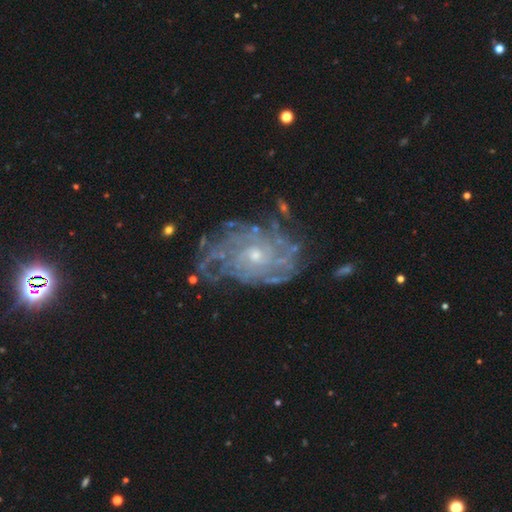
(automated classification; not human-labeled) A featured or disk galaxy (87%) with no bar (76%), tight (68%) spiral arms (92%) and a small central bulge (65%).

Vote fractions:
- Smooth or featured? featured or disk: 87% / smooth: 7% / star or artifact: 6%
- Edge-on disk? no: 97% / yes: 3%
- Bar? no: 76% / weak: 20% / strong: 4%
- Spiral arms? yes: 92% / no: 8%
- Spiral winding? tight: 68% / medium: 25% / loose: 7%
- Spiral arm count? can't tell: 44% / 4: 15% / more than 4: 15% / 3: 10% / 2: 9% / 1: 6%
- Bulge size? small: 65% / moderate: 32% / none: 1% / large: 1% / dominant: 1%
- Merging? none: 66% / minor disturbance: 20% / major disturbance: 12% / merger: 2%